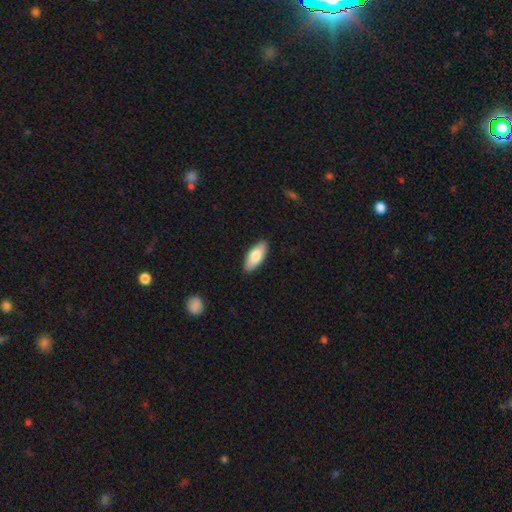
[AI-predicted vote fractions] Smooth or featured? Predicted: smooth (p=0.77). How rounded? Predicted: in between (p=0.83). Merging? Predicted: none (p=0.89).